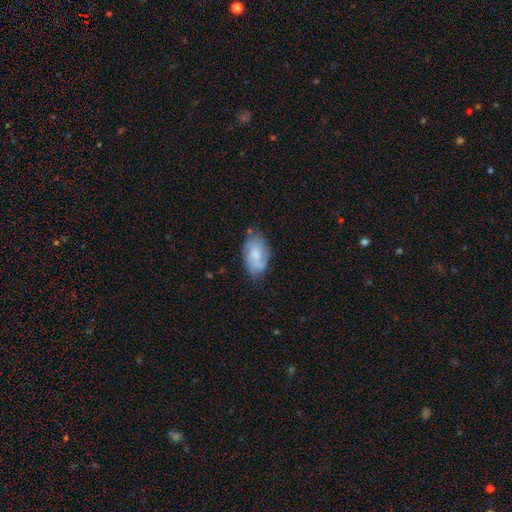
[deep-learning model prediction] A smooth galaxy with no disk features (49%).

Vote fractions:
- Smooth or featured? smooth: 49% / featured or disk: 43% / star or artifact: 7%
- Merging? none: 62% / minor disturbance: 27% / major disturbance: 8% / merger: 3%